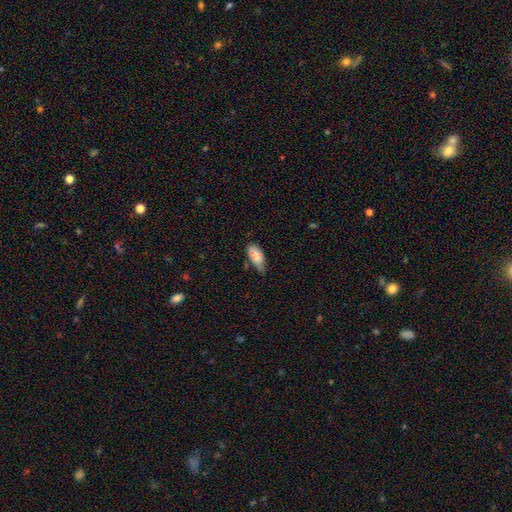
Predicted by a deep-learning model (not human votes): Morphology: type=smooth (77%); roundness=in between (87%); merging=none (49%).